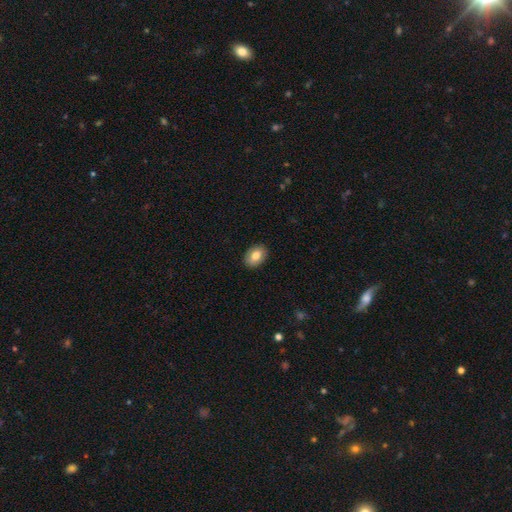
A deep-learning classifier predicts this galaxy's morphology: Smooth or featured? Predicted: smooth (p=0.77). How rounded? Predicted: in between (p=0.80). Merging? Predicted: none (p=0.89).